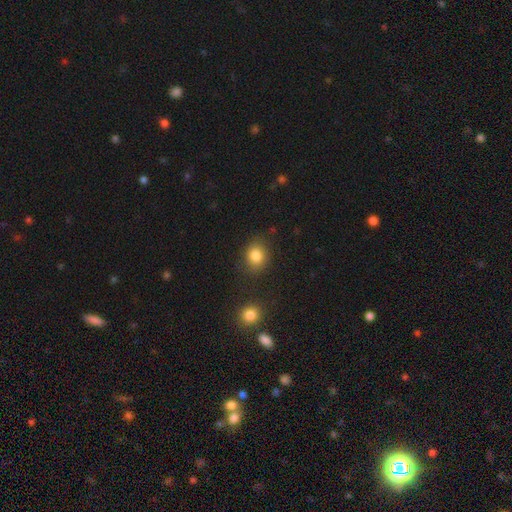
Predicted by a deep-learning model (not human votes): The model was most divided on "how rounded": round: 65%, in between: 34%, cigar-shaped: 1%. More confident: smooth or featured — smooth (84%); merging — none (80%).